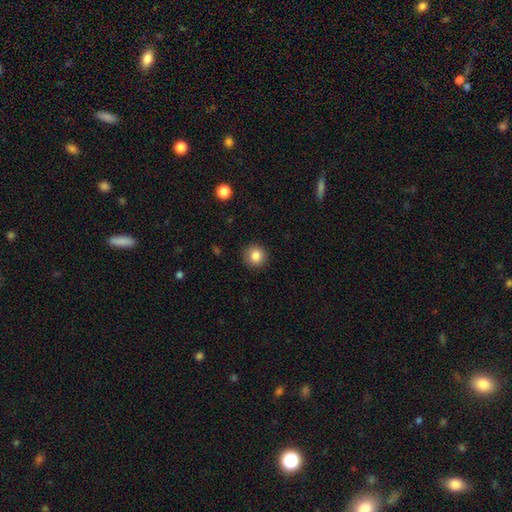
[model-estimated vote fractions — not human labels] Overall: smooth (85%). How rounded: round (91%). Merging: none (91%).